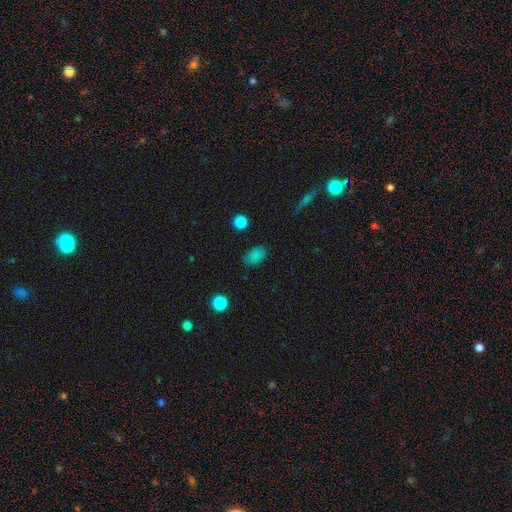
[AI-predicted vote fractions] Smooth or featured? smooth (80%)
How rounded? in between (82%)
Merging? none (76%)